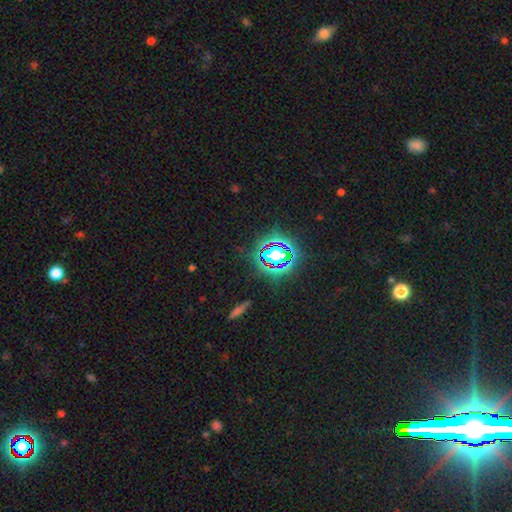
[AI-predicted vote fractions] The model was most divided on "smooth or featured": star or artifact: 76%, smooth: 15%, featured or disk: 9%.